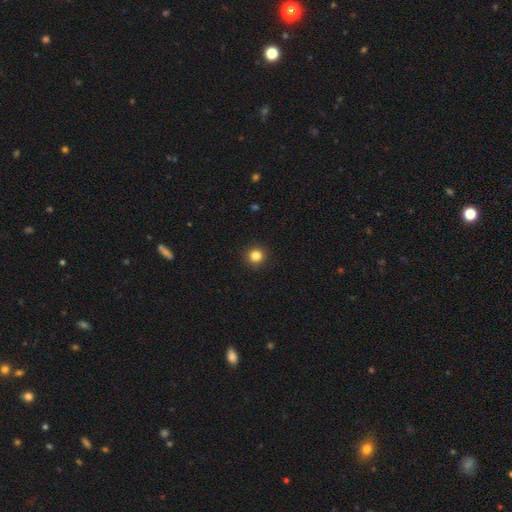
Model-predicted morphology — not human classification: type=smooth (84%); roundness=round (94%); merging=none (92%).